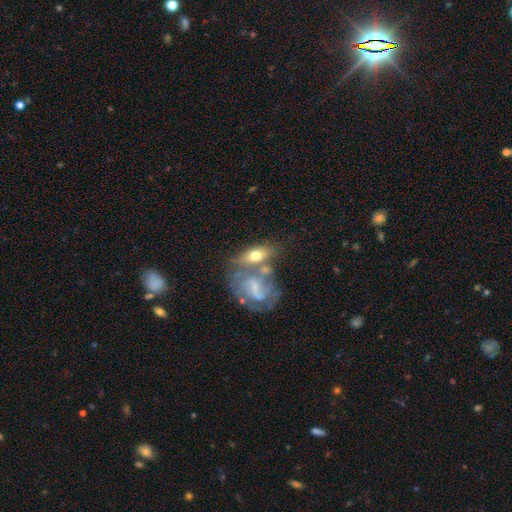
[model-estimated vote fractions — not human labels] This is possibly a smooth galaxy (51%). How rounded: likely in between (78%). Merging: possibly merger (47%).